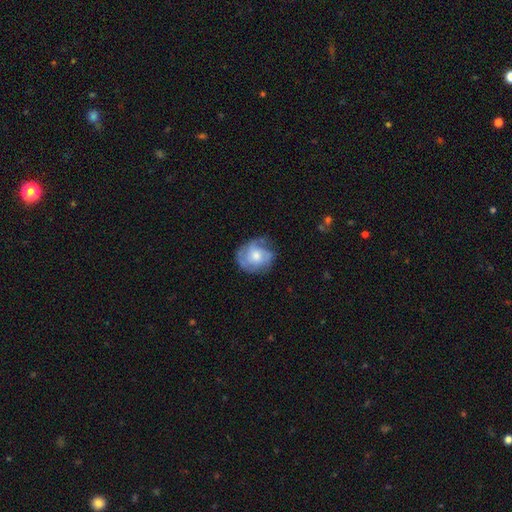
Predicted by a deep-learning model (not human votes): The model was most divided on "smooth or featured": featured or disk: 57%, smooth: 36%, star or artifact: 7%. More confident: edge-on disk — no (97%); bar — no (79%); spiral arms — yes (78%); merging — none (66%); bulge size — moderate (59%).